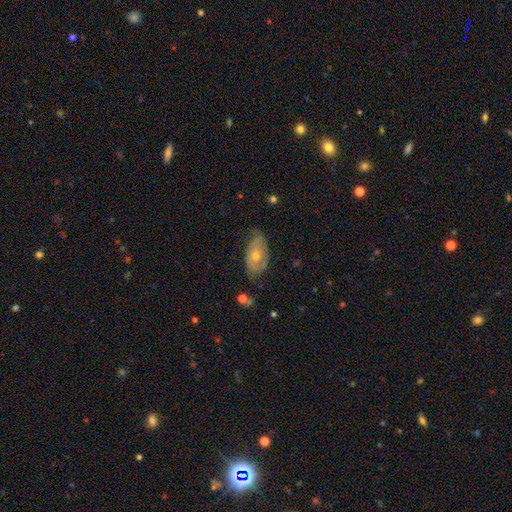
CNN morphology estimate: Smooth or featured? featured or disk (58%)
Edge-on disk? no (89%)
Bar? no (82%)
Spiral arms? yes (60%)
Bulge size? moderate (58%)
Merging? none (63%)